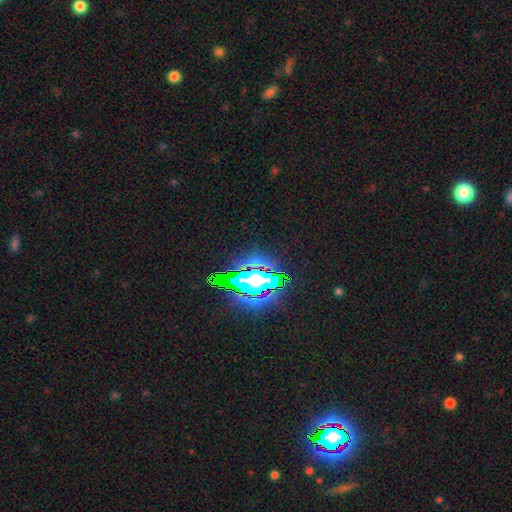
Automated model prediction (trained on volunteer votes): This is clearly a star or artifact rather than a galaxy (84%).